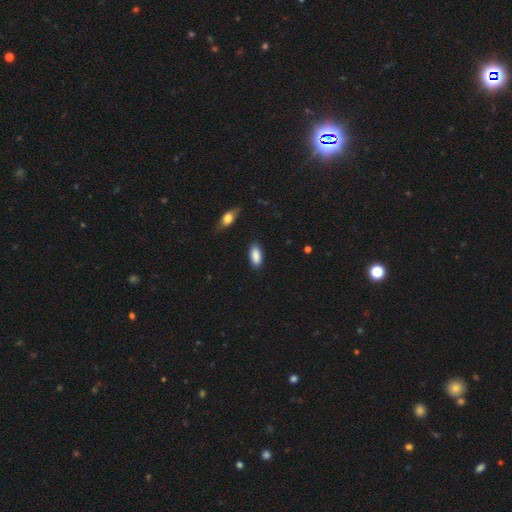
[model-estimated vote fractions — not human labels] This is clearly a smooth galaxy (89%). How rounded: clearly in between (89%). Merging: clearly none (86%).